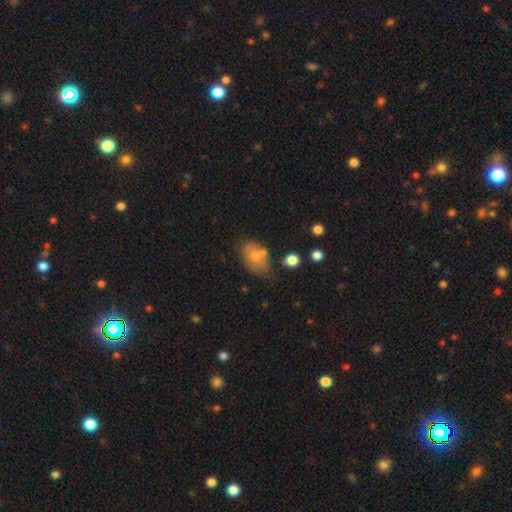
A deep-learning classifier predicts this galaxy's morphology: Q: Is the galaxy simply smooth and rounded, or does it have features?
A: smooth — 64%.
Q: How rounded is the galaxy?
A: in between — 79%.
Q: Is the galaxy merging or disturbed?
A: none — 52%.